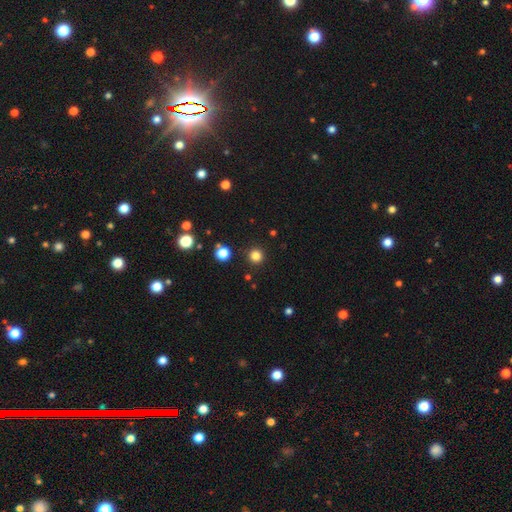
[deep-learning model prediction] Smooth or featured? Predicted: smooth (p=0.81). How rounded? Predicted: round (p=0.96). Merging? Predicted: none (p=0.92).